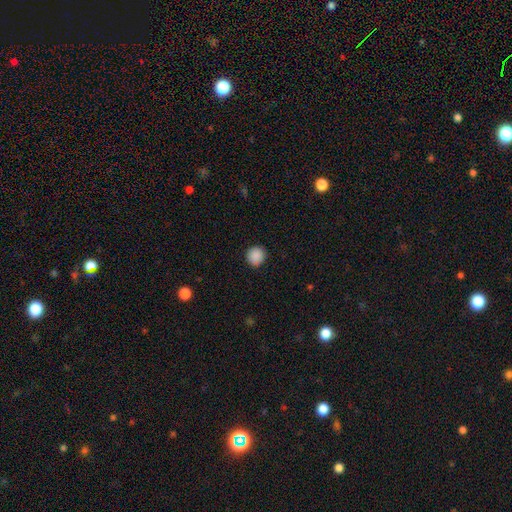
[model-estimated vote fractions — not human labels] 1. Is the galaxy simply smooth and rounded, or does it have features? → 89% smooth, 9% star or artifact, 3% featured or disk.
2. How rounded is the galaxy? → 92% round, 7% in between, 1% cigar-shaped.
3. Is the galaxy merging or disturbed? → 90% none, 7% minor disturbance, 2% major disturbance, 1% merger.